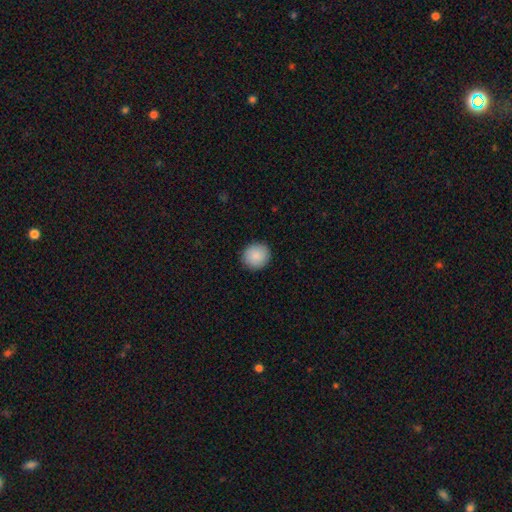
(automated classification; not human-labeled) Smooth or featured?
  - smooth: 89% *
  - star or artifact: 7%
  - featured or disk: 4%
How rounded?
  - round: 90% *
  - in between: 9%
  - cigar-shaped: 1%
Merging?
  - none: 91% *
  - minor disturbance: 6%
  - major disturbance: 2%
  - merger: 1%